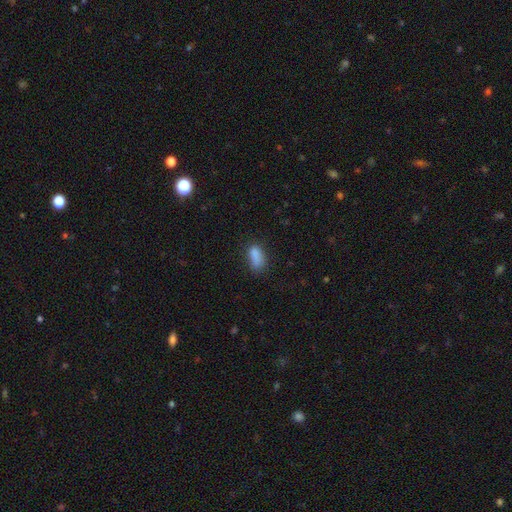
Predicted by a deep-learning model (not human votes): smooth-or-featured: smooth: 85% | star or artifact: 10% | featured or disk: 5%
  how-rounded: in between: 86% | cigar-shaped: 10% | round: 4%
  merging: none: 64% | minor disturbance: 25% | major disturbance: 8% | merger: 3%